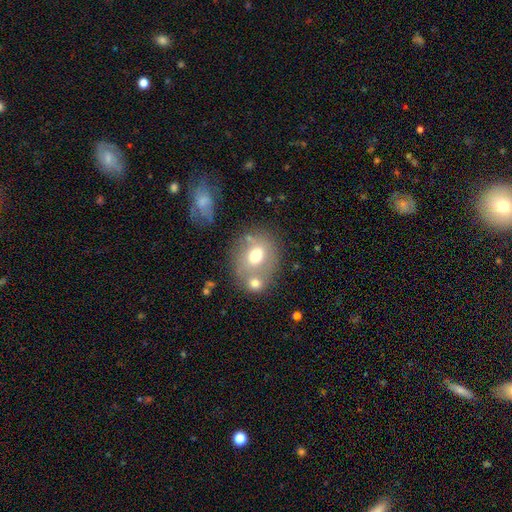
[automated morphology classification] The model was most divided on "merging": none: 45%, merger: 34%, minor disturbance: 14%, major disturbance: 7%. More confident: smooth or featured — smooth (65%); how rounded — round (55%).